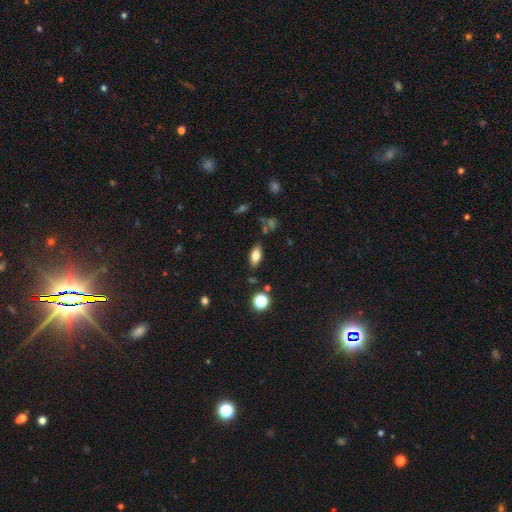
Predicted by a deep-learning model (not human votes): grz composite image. It shows a smooth galaxy with no disk features (74%) that is in between round and cigar-shaped (84%). Merging: none (82%).